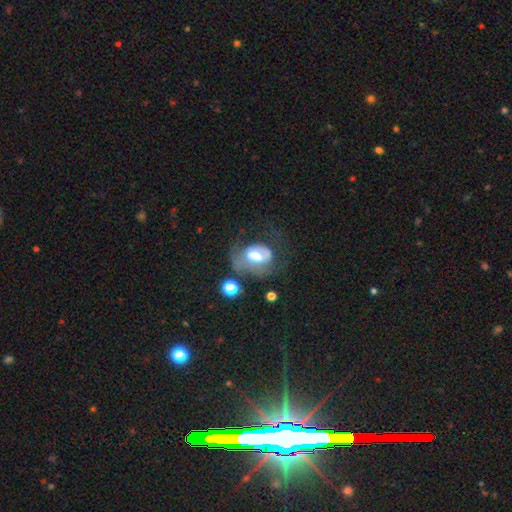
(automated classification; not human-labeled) This appears to be a featured or disk galaxy (52%). Merging: major disturbance (45%).